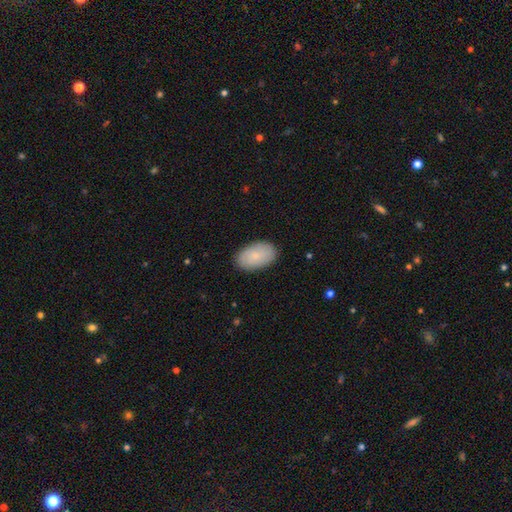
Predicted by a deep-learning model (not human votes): Smooth or featured? Predicted: smooth (p=0.78). How rounded? Predicted: in between (p=0.94). Merging? Predicted: none (p=0.87).